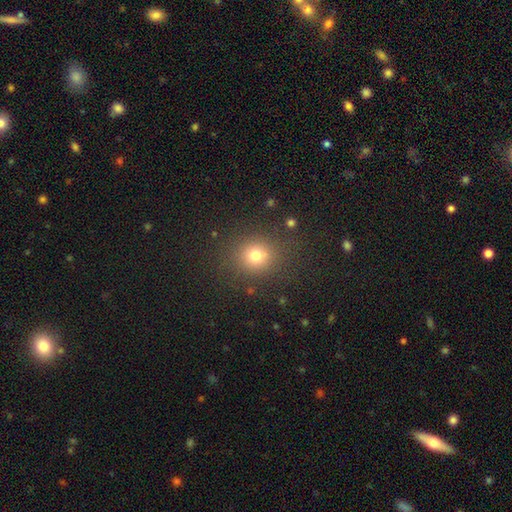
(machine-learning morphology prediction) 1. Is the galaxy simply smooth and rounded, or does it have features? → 75% smooth, 17% star or artifact, 8% featured or disk.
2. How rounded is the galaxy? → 81% round, 18% in between, 1% cigar-shaped.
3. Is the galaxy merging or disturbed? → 83% none, 10% minor disturbance, 5% major disturbance, 3% merger.